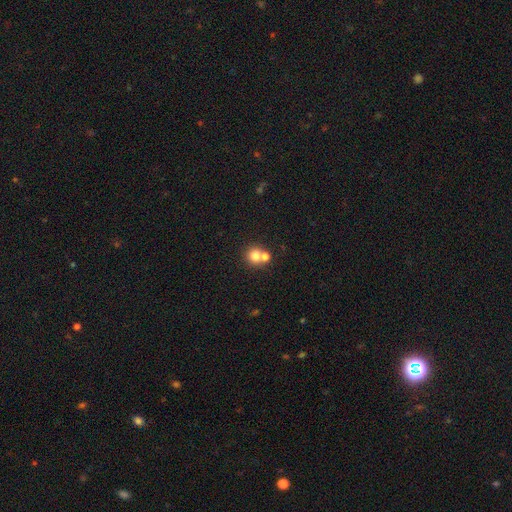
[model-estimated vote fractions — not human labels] Q: Smooth or featured?
A: smooth (76%); runner-up: star or artifact (12%)
Q: How rounded?
A: round (88%); runner-up: in between (11%)
Q: Merging?
A: none (48%); runner-up: merger (43%)